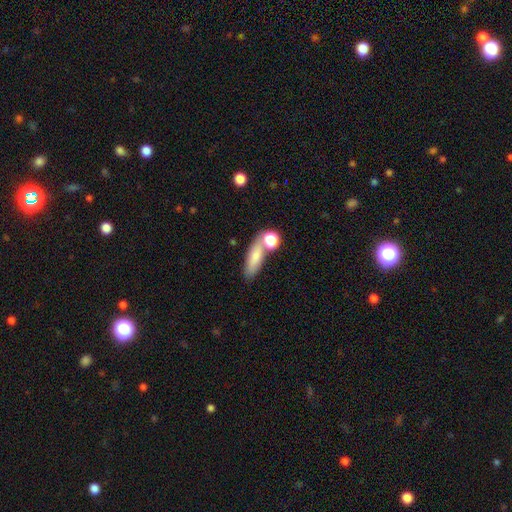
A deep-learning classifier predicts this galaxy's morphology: smooth 77%, featured or disk 15%, star or artifact 8%. Down the decision tree: how rounded — in between (56%); merging — none (53%).